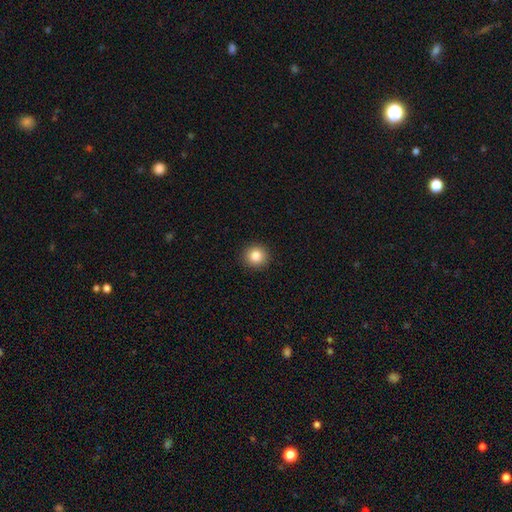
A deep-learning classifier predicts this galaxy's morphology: A smooth galaxy with no disk features (84%) that is round (93%).

Vote fractions:
- Smooth or featured? smooth: 84% / star or artifact: 10% / featured or disk: 6%
- How rounded? round: 93% / in between: 6% / cigar-shaped: 1%
- Merging? none: 92% / minor disturbance: 5% / major disturbance: 2% / merger: 1%